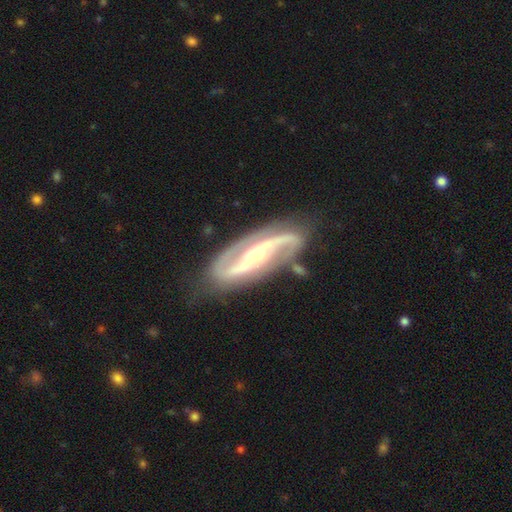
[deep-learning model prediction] Q: Smooth or featured?
A: featured or disk (91%); runner-up: smooth (5%)
Q: Edge-on disk?
A: no (92%); runner-up: yes (8%)
Q: Bar?
A: strong (51%); runner-up: weak (27%)
Q: Spiral arms?
A: yes (97%); runner-up: no (3%)
Q: Spiral winding?
A: medium (47%); runner-up: loose (31%)
Q: Spiral arm count?
A: 2 (93%); runner-up: can't tell (2%)
Q: Bulge size?
A: moderate (55%); runner-up: small (37%)
Q: Merging?
A: none (79%); runner-up: minor disturbance (14%)